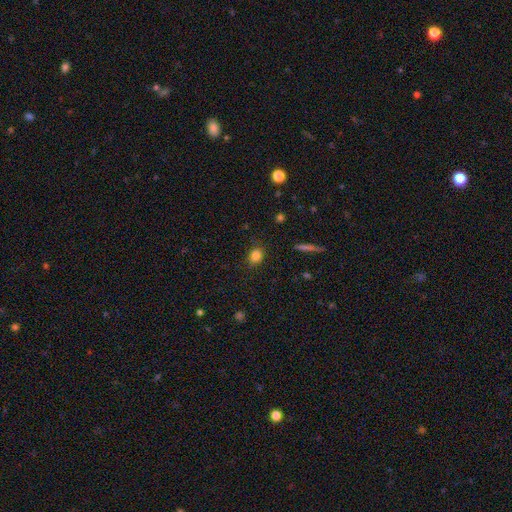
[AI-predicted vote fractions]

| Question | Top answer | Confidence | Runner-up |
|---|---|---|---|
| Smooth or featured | smooth | 83% | star or artifact (11%) |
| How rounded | round | 54% | in between (44%) |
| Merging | none | 82% | minor disturbance (13%) |